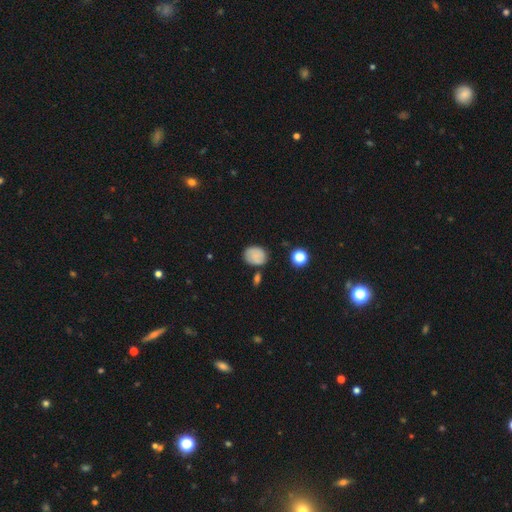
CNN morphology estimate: smooth-or-featured: smooth: 77% | featured or disk: 12% | star or artifact: 11%
  how-rounded: in between: 51% | round: 48% | cigar-shaped: 1%
  merging: none: 70% | minor disturbance: 18% | merger: 6% | major disturbance: 5%